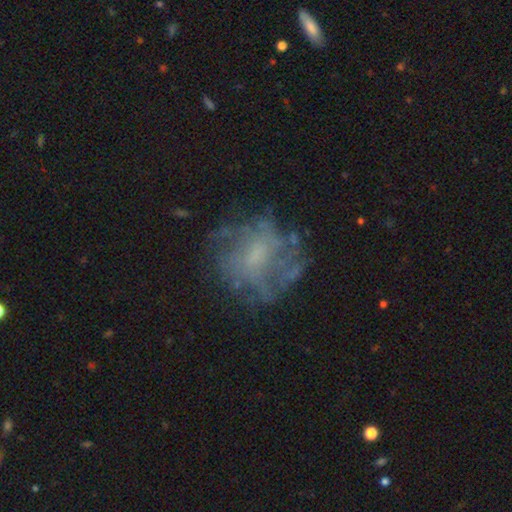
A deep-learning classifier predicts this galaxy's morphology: type=featured or disk (60%); edge-on=no (97%); bar=no (68%); spiral arms=no (57%); bulge=small (35%); merging=none (62%).